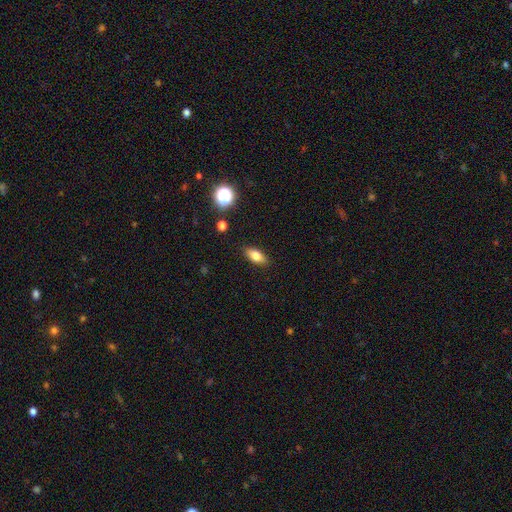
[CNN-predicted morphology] Smooth or featured?
  - smooth: 78% *
  - featured or disk: 13%
  - star or artifact: 9%
How rounded?
  - in between: 83% *
  - cigar-shaped: 12%
  - round: 5%
Merging?
  - none: 88% *
  - minor disturbance: 9%
  - major disturbance: 2%
  - merger: 1%